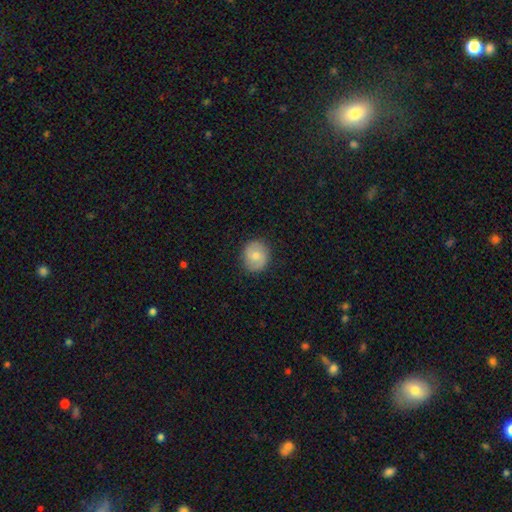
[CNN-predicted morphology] Smooth or featured? smooth (69%)
How rounded? round (77%)
Merging? none (86%)